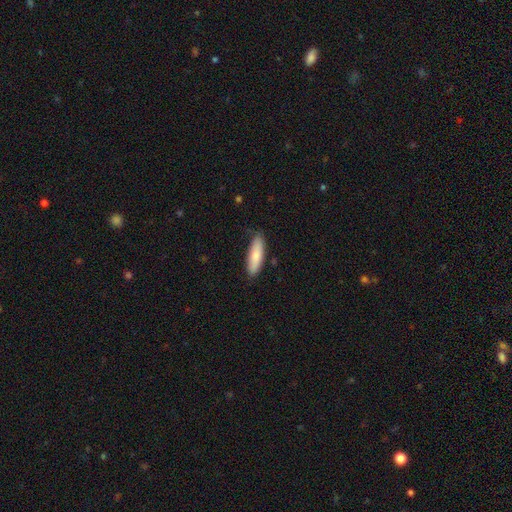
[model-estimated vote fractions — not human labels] smooth-or-featured: smooth: 82% | featured or disk: 12% | star or artifact: 5%
  how-rounded: cigar-shaped: 54% | in between: 45% | round: 2%
  merging: none: 82% | minor disturbance: 15% | major disturbance: 2% | merger: 1%